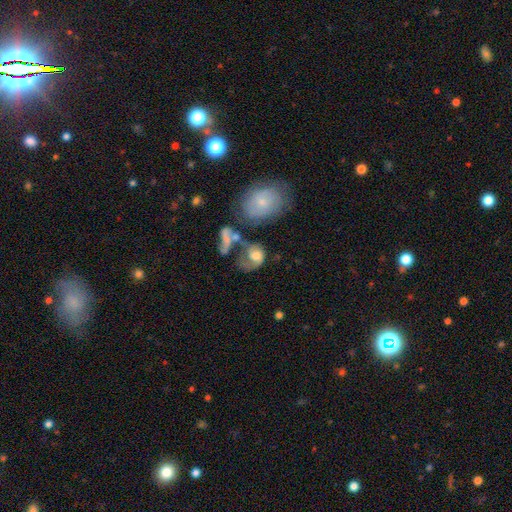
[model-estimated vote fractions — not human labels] This appears to be a smooth galaxy with no disk features (49%). Merging: major disturbance (35%).